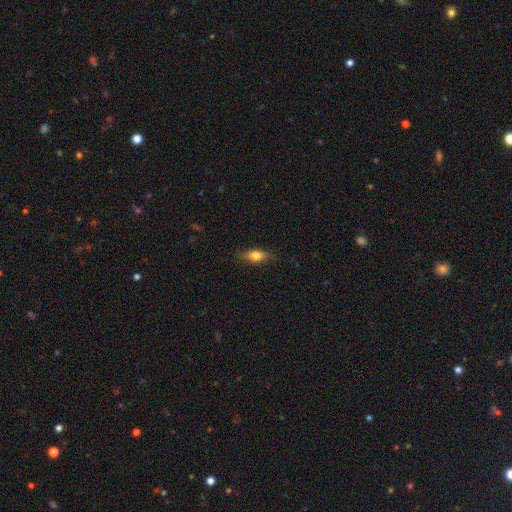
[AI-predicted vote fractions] This appears to be a smooth galaxy with no disk features (62%) that is in between round and cigar-shaped (63%). Merging: none (81%).